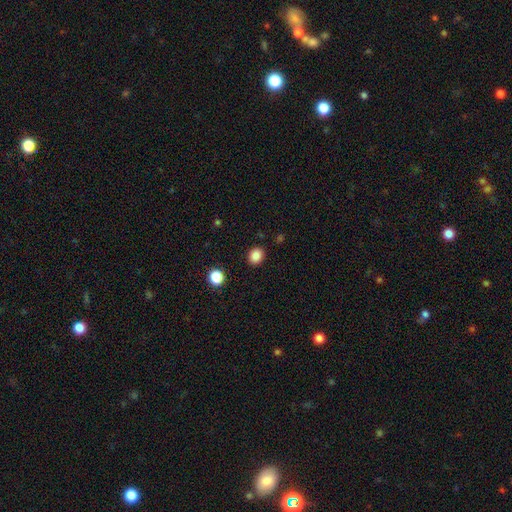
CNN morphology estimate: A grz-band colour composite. It shows a smooth galaxy with no disk features (85%) that is round (59%). Merging: none (89%).